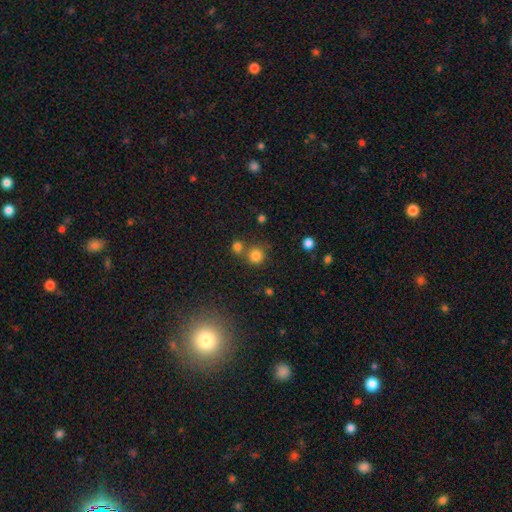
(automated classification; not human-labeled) This is likely a smooth galaxy (79%). How rounded: clearly round (91%). Merging: likely none (65%).